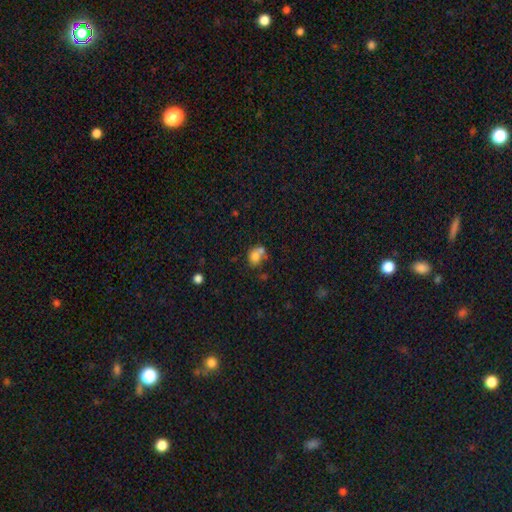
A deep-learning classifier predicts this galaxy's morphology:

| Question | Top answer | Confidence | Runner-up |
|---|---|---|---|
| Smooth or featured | smooth | 72% | featured or disk (16%) |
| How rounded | round | 51% | in between (48%) |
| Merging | merger | 50% | none (30%) |